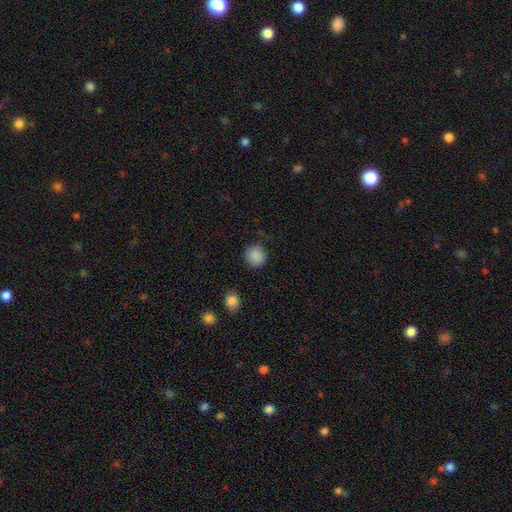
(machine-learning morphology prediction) smooth_or_featured: smooth (p=0.89) [alt: star or artifact p=0.08]
how_rounded: round (p=0.92) [alt: in between p=0.07]
merging: none (p=0.88) [alt: minor disturbance p=0.08]